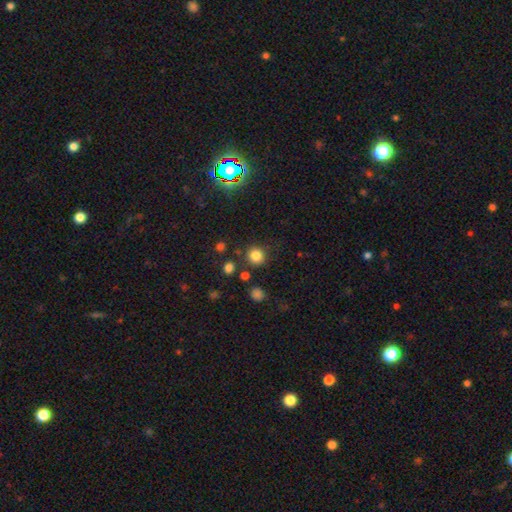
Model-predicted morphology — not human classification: A smooth galaxy with no disk features (81%) that is round (92%).

Vote fractions:
- Smooth or featured? smooth: 81% / star or artifact: 14% / featured or disk: 5%
- How rounded? round: 92% / in between: 7% / cigar-shaped: 1%
- Merging? none: 84% / minor disturbance: 8% / merger: 5% / major disturbance: 3%